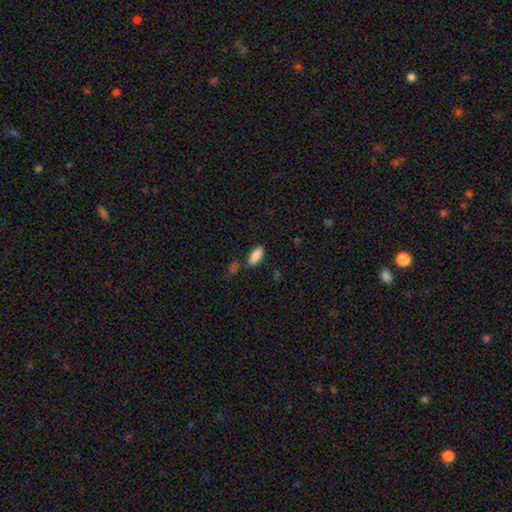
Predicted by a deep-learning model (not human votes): Morphology: type=smooth (86%); roundness=in between (80%); merging=none (77%).